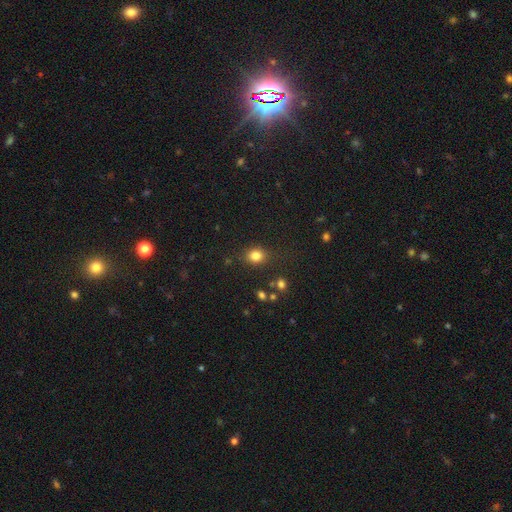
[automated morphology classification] Smooth or featured: smooth — 82% (star or artifact — 12%)
How rounded: round — 60% (in between — 39%)
Merging: none — 82% (minor disturbance — 11%)